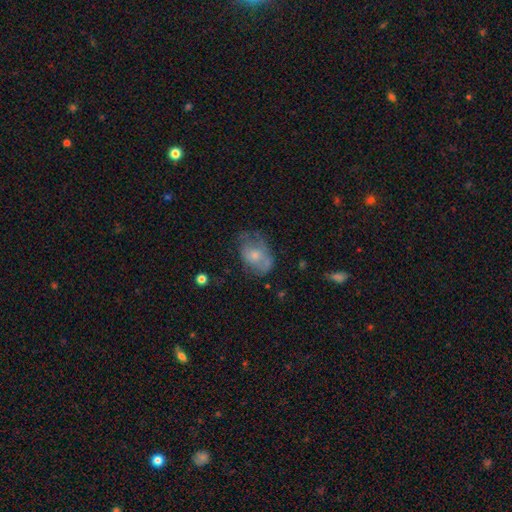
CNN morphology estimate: smooth 53%, featured or disk 39%, star or artifact 9%. Down the decision tree: how rounded — in between (76%); merging — none (41%).